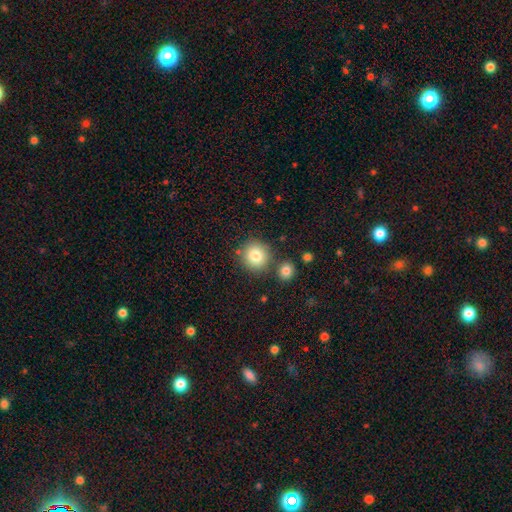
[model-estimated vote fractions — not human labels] Overall: smooth (81%). How rounded: round (92%). Merging: none (78%).